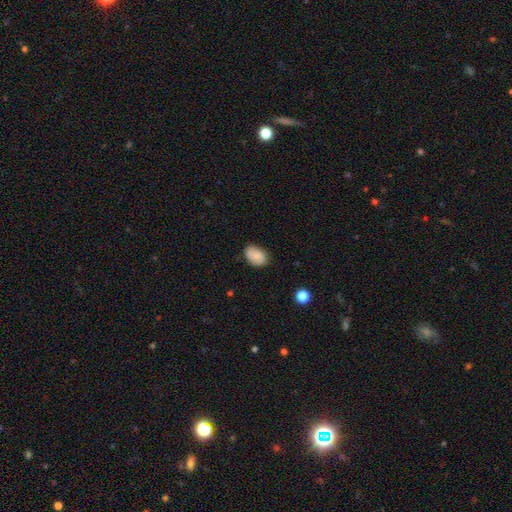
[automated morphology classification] type=smooth (71%); roundness=in between (83%); merging=none (77%).